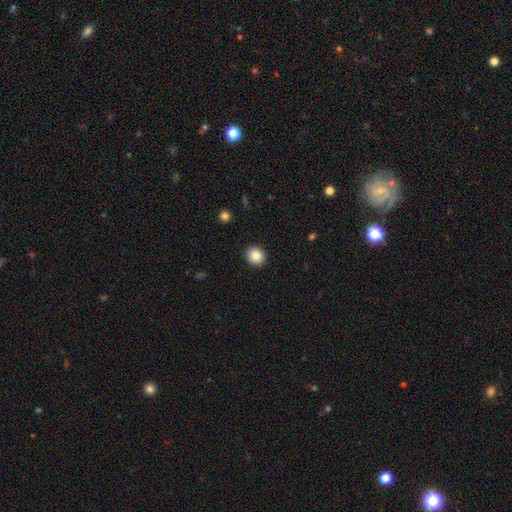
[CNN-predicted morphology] Smooth or featured?
  - smooth: 87% *
  - star or artifact: 9%
  - featured or disk: 5%
How rounded?
  - round: 80% *
  - in between: 19%
  - cigar-shaped: 1%
Merging?
  - none: 91% *
  - minor disturbance: 6%
  - major disturbance: 2%
  - merger: 1%